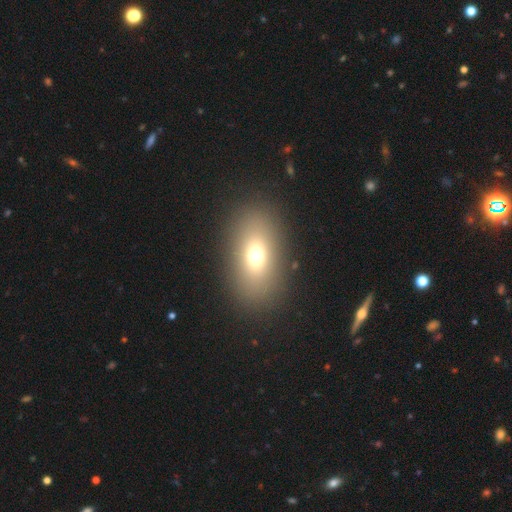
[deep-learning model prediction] Q: Smooth or featured?
A: smooth (69%); runner-up: featured or disk (17%)
Q: How rounded?
A: in between (82%); runner-up: round (14%)
Q: Merging?
A: none (87%); runner-up: minor disturbance (7%)